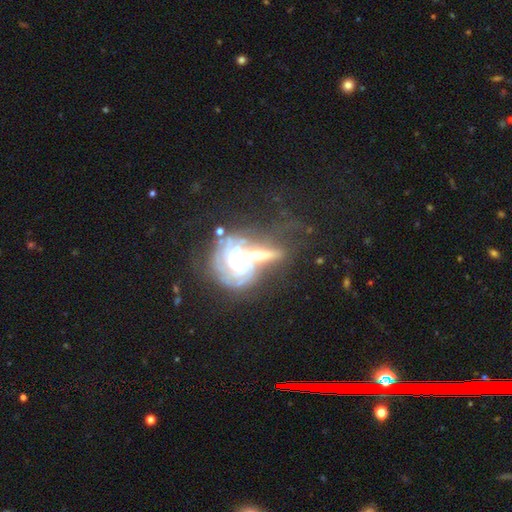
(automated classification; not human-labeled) smooth_or_featured: featured or disk (p=0.78) [alt: smooth p=0.13]
disk_edge_on: no (p=0.88) [alt: yes p=0.12]
bar: no (p=0.67) [alt: weak p=0.20]
has_spiral_arms: yes (p=0.82) [alt: no p=0.18]
spiral_winding: tight (p=0.58) [alt: medium p=0.29]
spiral_arm_count: can't tell (p=0.36) [alt: 3 p=0.22]
bulge_size: moderate (p=0.56) [alt: large p=0.26]
merging: merger (p=0.45) [alt: none p=0.28]